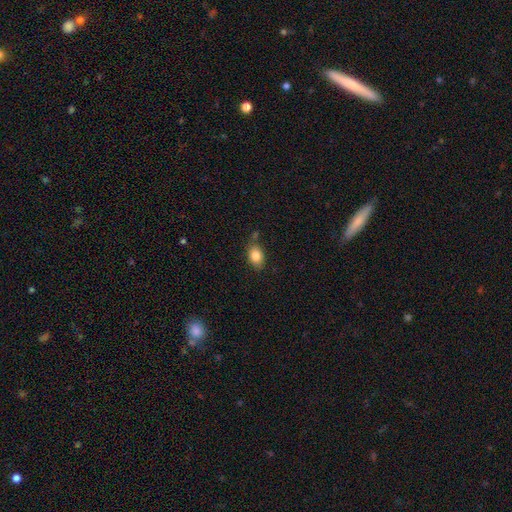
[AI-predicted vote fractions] A smooth galaxy with no disk features (84%) that is in between round and cigar-shaped (80%).

Vote fractions:
- Smooth or featured? smooth: 84% / star or artifact: 8% / featured or disk: 7%
- How rounded? in between: 80% / round: 19% / cigar-shaped: 1%
- Merging? none: 71% / minor disturbance: 18% / merger: 7% / major disturbance: 4%